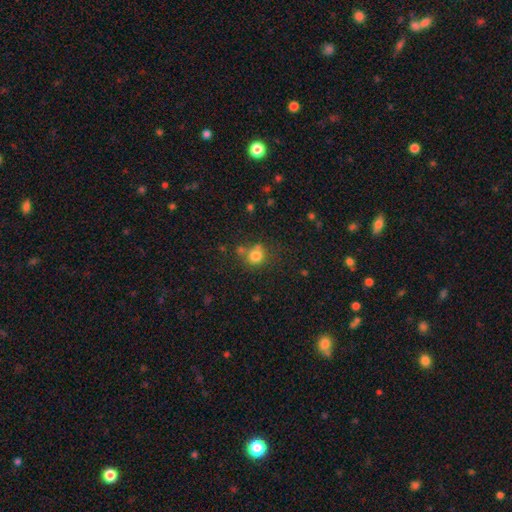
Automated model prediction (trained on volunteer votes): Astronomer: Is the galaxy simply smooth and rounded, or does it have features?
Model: smooth — 79%.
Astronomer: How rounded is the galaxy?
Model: round — 83%.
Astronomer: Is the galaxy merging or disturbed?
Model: none — 60%.